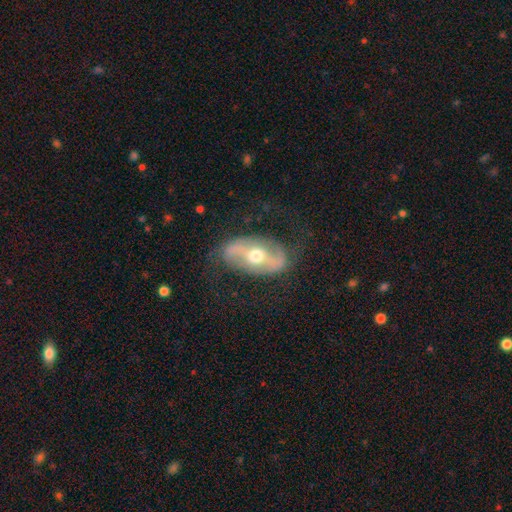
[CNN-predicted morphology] A featured or disk galaxy (78%) with a strong bar (49%), 2 (88%) loose (52%) spiral arms (74%) and a moderate central bulge (74%).

Vote fractions:
- Smooth or featured? featured or disk: 78% / smooth: 17% / star or artifact: 6%
- Edge-on disk? no: 91% / yes: 9%
- Bar? strong: 49% / weak: 29% / no: 22%
- Spiral arms? yes: 74% / no: 26%
- Spiral winding? loose: 52% / medium: 34% / tight: 14%
- Spiral arm count? 2: 88% / can't tell: 7% / 1: 3% / 3: 1% / 4: 1% / more than 4: 1%
- Bulge size? moderate: 74% / small: 17% / large: 7% / dominant: 1% / none: 1%
- Merging? none: 73% / minor disturbance: 16% / major disturbance: 9% / merger: 1%